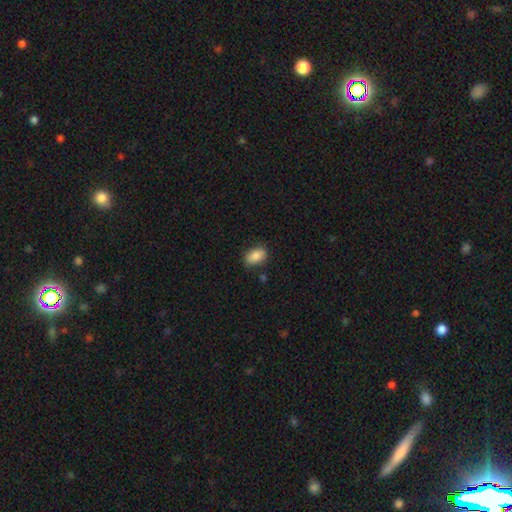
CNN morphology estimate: smooth-or-featured: smooth: 87% | star or artifact: 8% | featured or disk: 6%
  how-rounded: in between: 89% | round: 10% | cigar-shaped: 2%
  merging: none: 79% | minor disturbance: 16% | major disturbance: 3% | merger: 2%